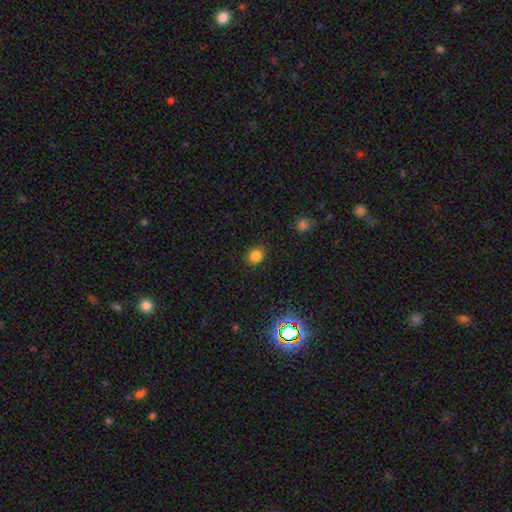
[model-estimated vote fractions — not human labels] This appears to be a smooth galaxy with no disk features (82%) that is in between round and cigar-shaped (56%). Merging: none (87%).